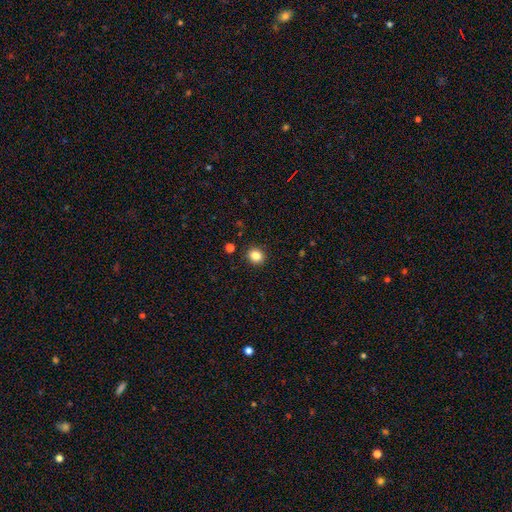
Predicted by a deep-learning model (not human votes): Smooth or featured? Predicted: smooth (p=0.85). How rounded? Predicted: round (p=0.73). Merging? Predicted: none (p=0.91).